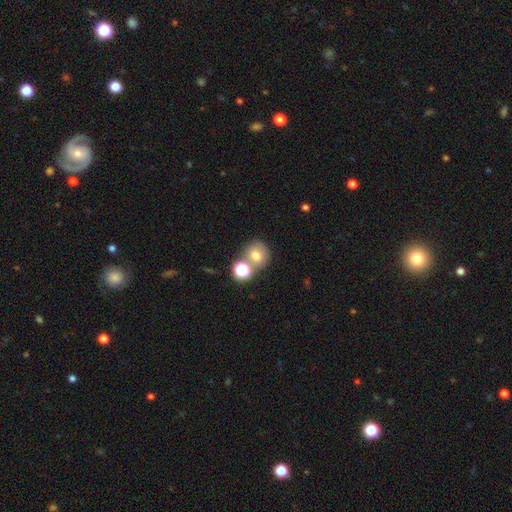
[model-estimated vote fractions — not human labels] A smooth galaxy with no disk features (70%) that is round (80%).

Vote fractions:
- Smooth or featured? smooth: 70% / star or artifact: 16% / featured or disk: 13%
- How rounded? round: 80% / in between: 19% / cigar-shaped: 1%
- Merging? none: 55% / merger: 30% / minor disturbance: 10% / major disturbance: 5%